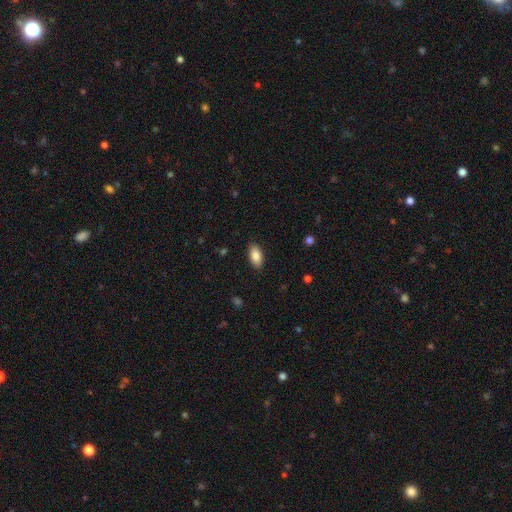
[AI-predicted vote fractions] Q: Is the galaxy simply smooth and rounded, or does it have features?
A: smooth — 87%.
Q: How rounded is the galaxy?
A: in between — 93%.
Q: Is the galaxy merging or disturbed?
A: none — 88%.